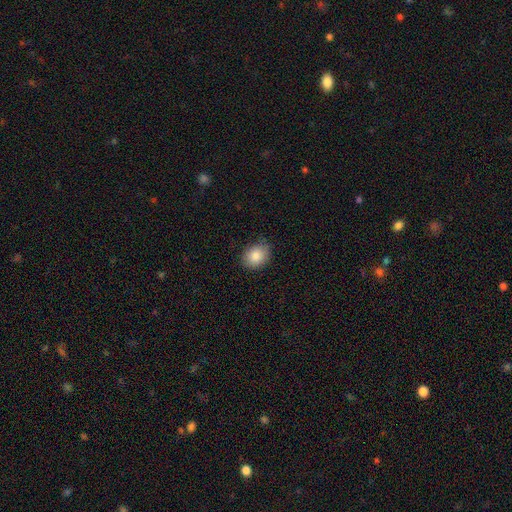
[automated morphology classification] smooth_or_featured: smooth (p=0.85) [alt: star or artifact p=0.08]
how_rounded: in between (p=0.60) [alt: round p=0.39]
merging: none (p=0.80) [alt: minor disturbance p=0.17]